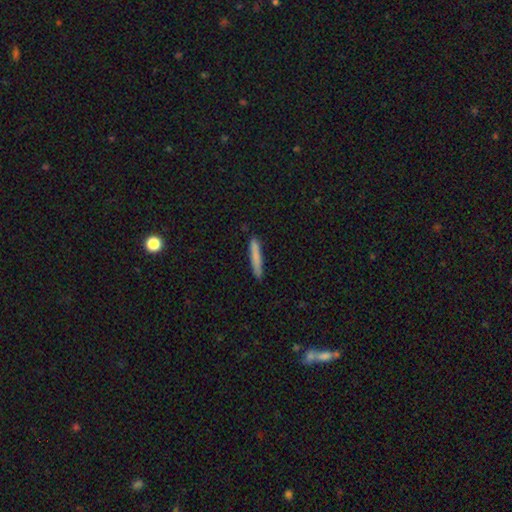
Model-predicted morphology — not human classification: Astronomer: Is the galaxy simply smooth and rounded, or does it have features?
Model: smooth — 80%.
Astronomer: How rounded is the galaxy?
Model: cigar-shaped — 95%.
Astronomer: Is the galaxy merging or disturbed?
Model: none — 88%.